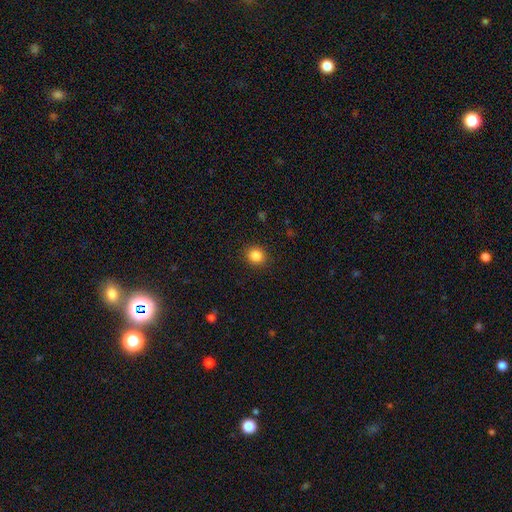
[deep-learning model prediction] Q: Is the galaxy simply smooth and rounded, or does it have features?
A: smooth — 85%.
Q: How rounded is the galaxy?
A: round — 83%.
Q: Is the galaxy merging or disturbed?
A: none — 91%.